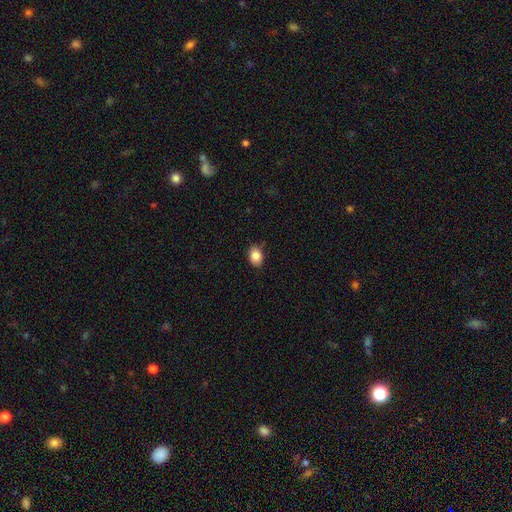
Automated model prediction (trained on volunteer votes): Morphology: type=smooth (85%); roundness=in between (73%); merging=none (81%).